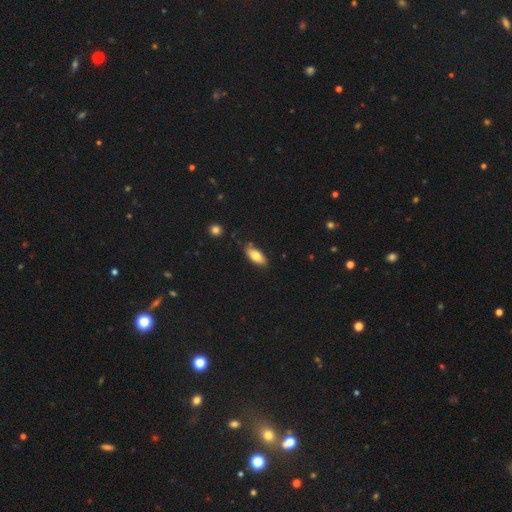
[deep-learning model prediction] A smooth galaxy with no disk features (77%) that is in between round and cigar-shaped (82%). Merging: none (80%).